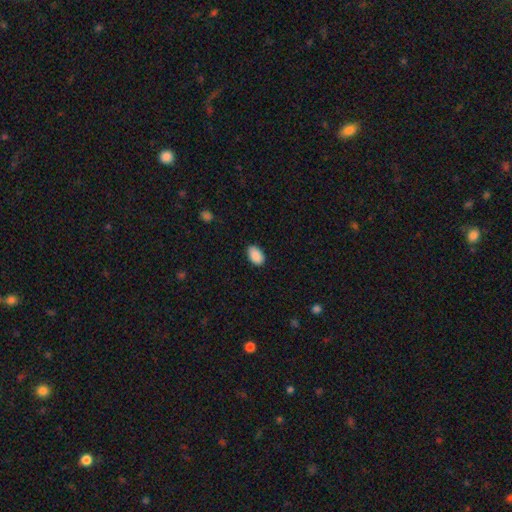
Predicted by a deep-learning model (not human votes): Q: Smooth or featured?
A: smooth (90%); runner-up: star or artifact (7%)
Q: How rounded?
A: in between (91%); runner-up: round (8%)
Q: Merging?
A: none (85%); runner-up: minor disturbance (11%)